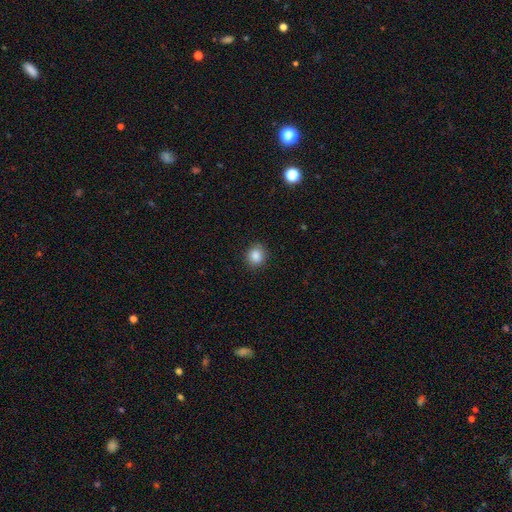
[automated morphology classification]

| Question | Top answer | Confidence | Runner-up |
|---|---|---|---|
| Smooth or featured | smooth | 87% | star or artifact (10%) |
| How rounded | round | 74% | in between (26%) |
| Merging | none | 87% | minor disturbance (9%) |